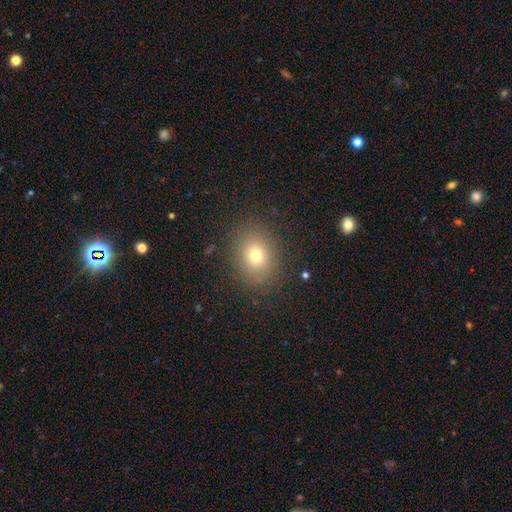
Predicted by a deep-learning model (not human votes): Smooth or featured? Predicted: smooth (p=0.73). How rounded? Predicted: round (p=0.57). Merging? Predicted: none (p=0.87).